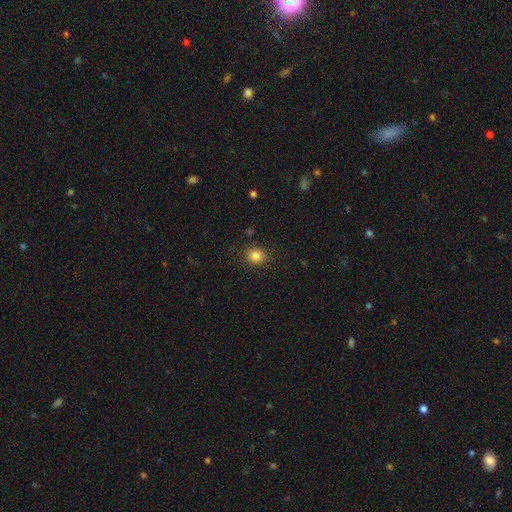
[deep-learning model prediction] The model was most divided on "how rounded": round: 79%, in between: 20%, cigar-shaped: 1%. More confident: merging — none (87%); smooth or featured — smooth (83%).